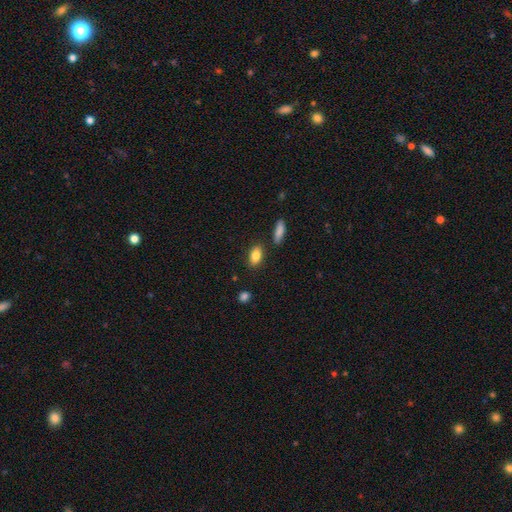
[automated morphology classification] Smooth or featured? Predicted: smooth (p=0.85). How rounded? Predicted: in between (p=0.88). Merging? Predicted: none (p=0.83).